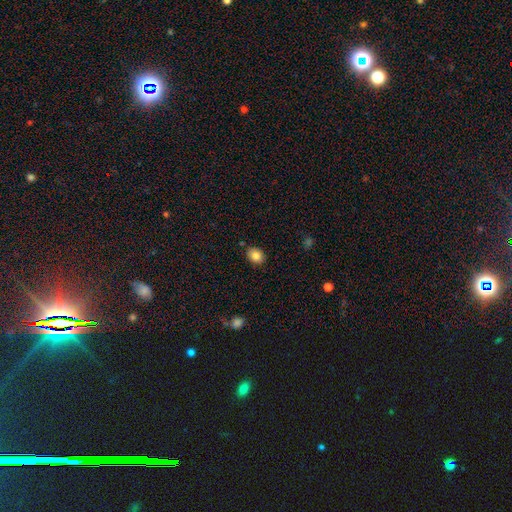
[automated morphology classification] Smooth or featured: smooth — 84% (star or artifact — 9%)
How rounded: in between — 55% (round — 44%)
Merging: none — 86% (minor disturbance — 10%)